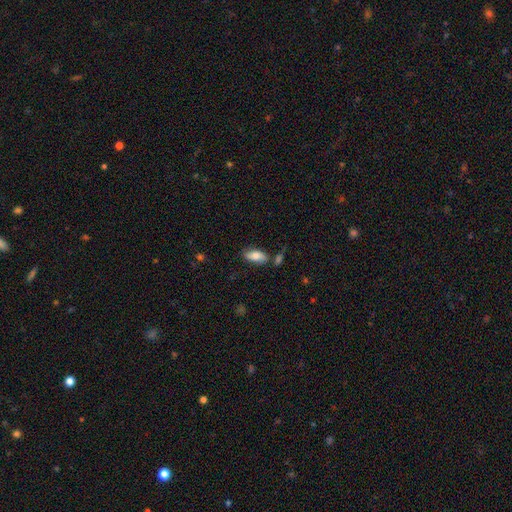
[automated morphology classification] smooth_or_featured: smooth (p=0.72) [alt: featured or disk p=0.21]
how_rounded: in between (p=0.88) [alt: cigar-shaped p=0.09]
merging: none (p=0.69) [alt: minor disturbance p=0.17]